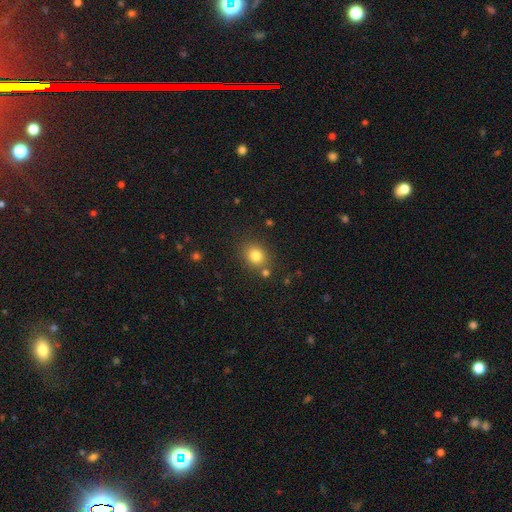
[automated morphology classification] type=smooth (81%); roundness=round (70%); merging=none (76%).